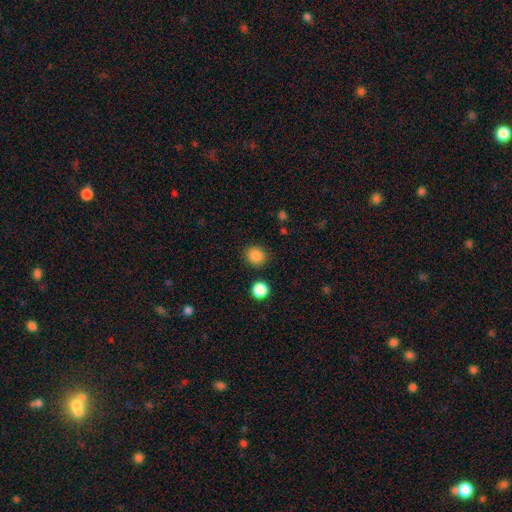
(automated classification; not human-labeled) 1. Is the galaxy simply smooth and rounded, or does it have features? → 86% smooth, 11% star or artifact, 3% featured or disk.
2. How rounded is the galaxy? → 84% round, 15% in between, 1% cigar-shaped.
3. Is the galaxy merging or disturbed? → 87% none, 8% minor disturbance, 3% major disturbance, 3% merger.